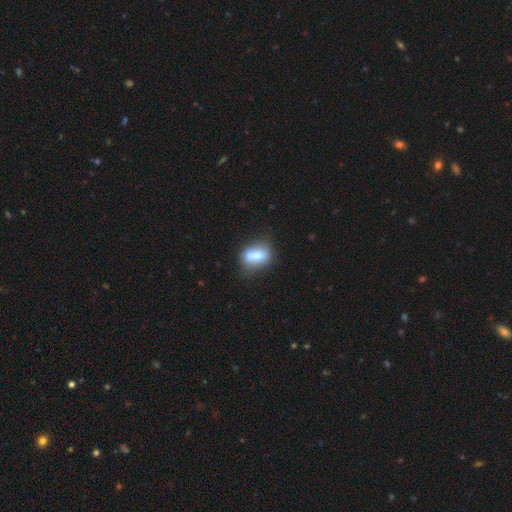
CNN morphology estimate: A smooth galaxy with no disk features (69%) that is in between round and cigar-shaped (70%). Merging: none (75%).